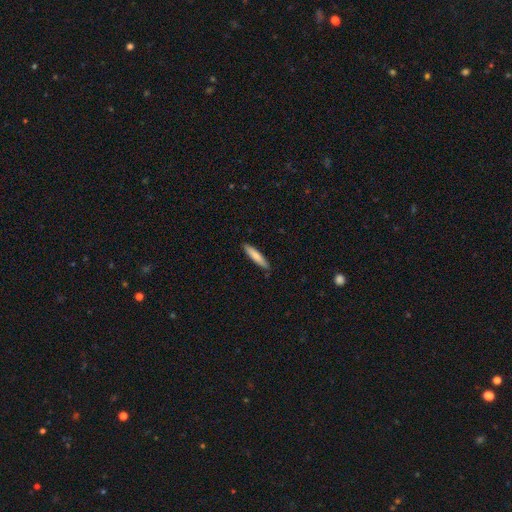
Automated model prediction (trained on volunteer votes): smooth_or_featured: smooth (p=0.79) [alt: featured or disk p=0.15]
how_rounded: cigar-shaped (p=0.87) [alt: in between p=0.12]
merging: none (p=0.86) [alt: minor disturbance p=0.11]